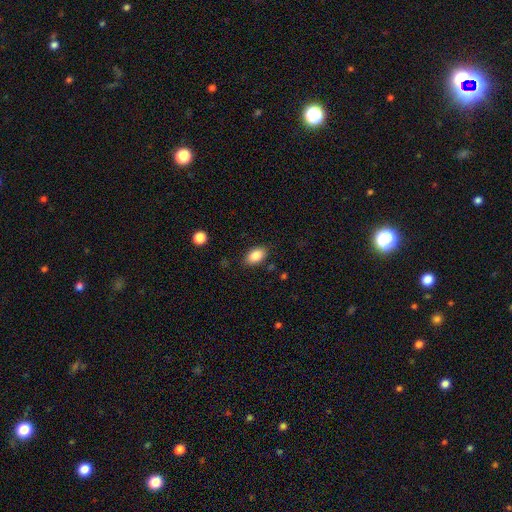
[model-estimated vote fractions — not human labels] Smooth or featured? smooth (86%)
How rounded? in between (90%)
Merging? none (85%)